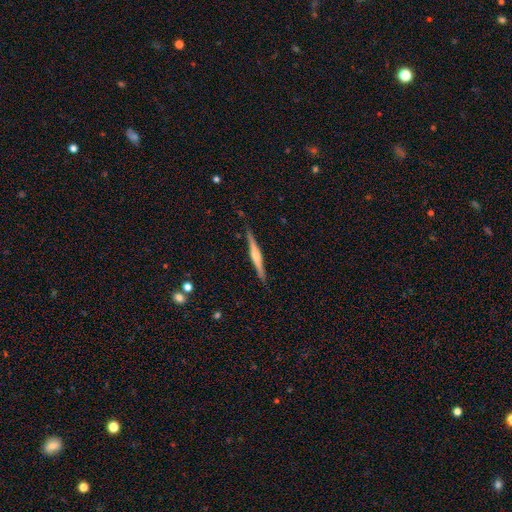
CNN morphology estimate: This is likely a featured or disk galaxy (67%). It is clearly viewed edge-on (98%). Edge-on bulge: likely rounded (80%). Merging: clearly none (87%).